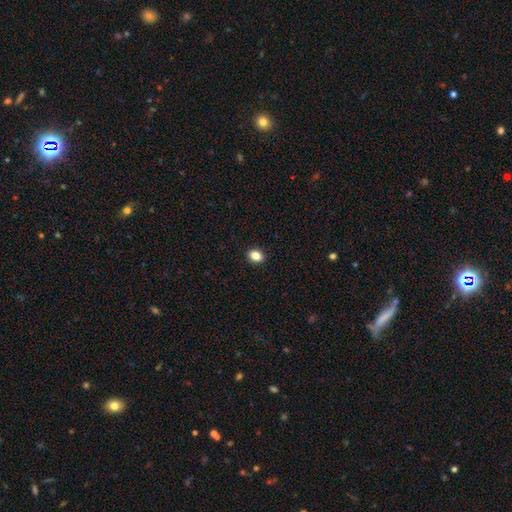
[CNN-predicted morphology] smooth_or_featured: smooth (p=0.84) [alt: star or artifact p=0.11]
how_rounded: in between (p=0.52) [alt: round p=0.47]
merging: none (p=0.92) [alt: minor disturbance p=0.05]